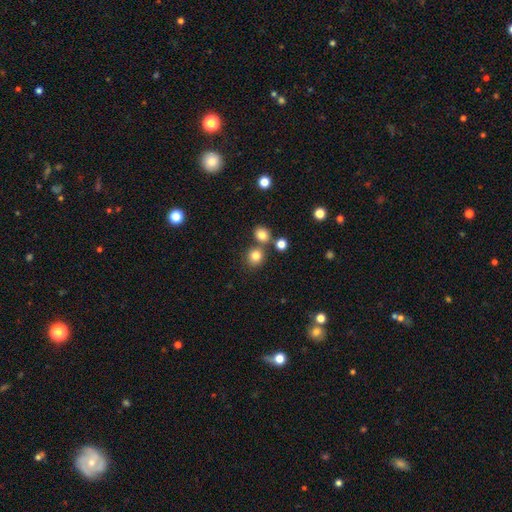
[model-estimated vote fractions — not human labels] A smooth galaxy with no disk features (81%) that is round (85%).

Vote fractions:
- Smooth or featured? smooth: 81% / star or artifact: 13% / featured or disk: 6%
- How rounded? round: 85% / in between: 14% / cigar-shaped: 1%
- Merging? none: 70% / merger: 19% / minor disturbance: 8% / major disturbance: 3%